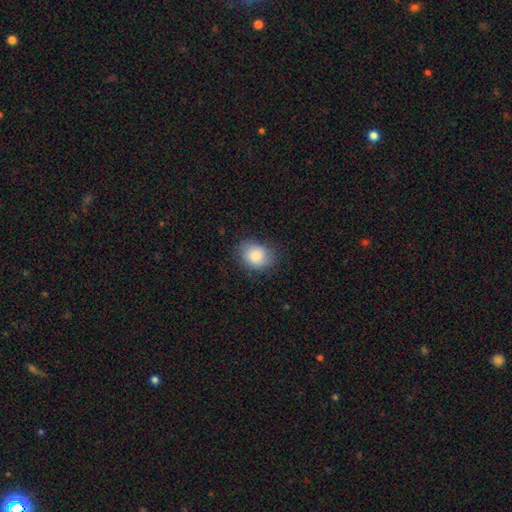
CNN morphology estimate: Smooth or featured? smooth (85%)
How rounded? in between (50%)
Merging? none (76%)